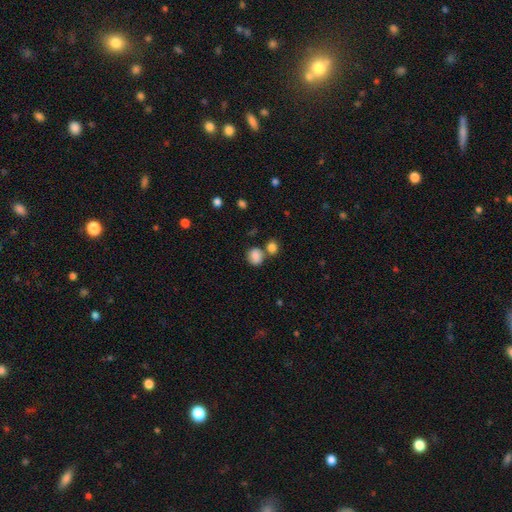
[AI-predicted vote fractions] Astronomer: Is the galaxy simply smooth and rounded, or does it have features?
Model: smooth — 85%.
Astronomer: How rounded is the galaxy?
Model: round — 71%.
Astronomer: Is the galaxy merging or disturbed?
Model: none — 59%.